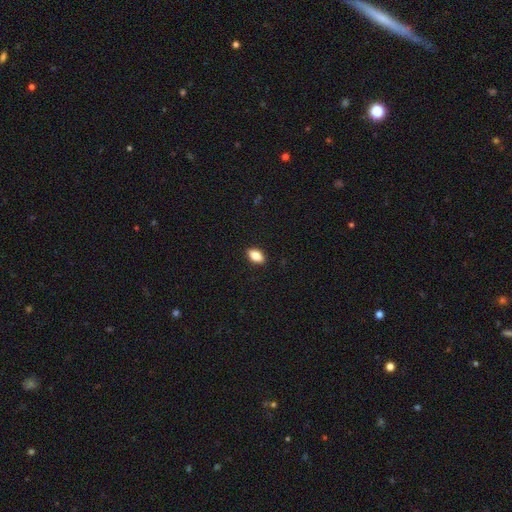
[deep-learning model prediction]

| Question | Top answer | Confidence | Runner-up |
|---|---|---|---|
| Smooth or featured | smooth | 82% | featured or disk (10%) |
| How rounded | in between | 88% | round (7%) |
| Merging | none | 90% | minor disturbance (7%) |